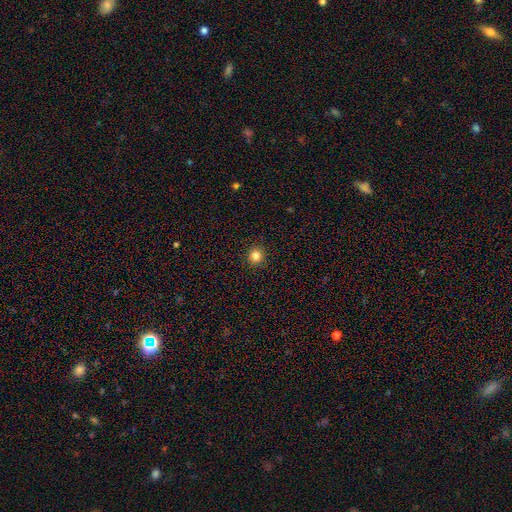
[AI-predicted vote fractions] Morphology: type=smooth (83%); roundness=round (92%); merging=none (92%).